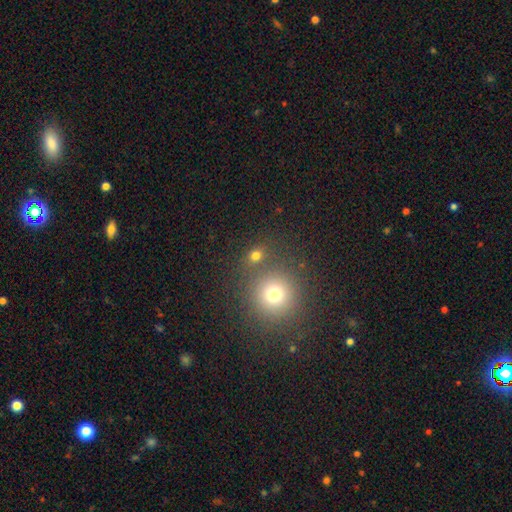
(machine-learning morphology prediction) This is likely a smooth galaxy (73%). How rounded: likely round (71%). Merging: likely none (71%).